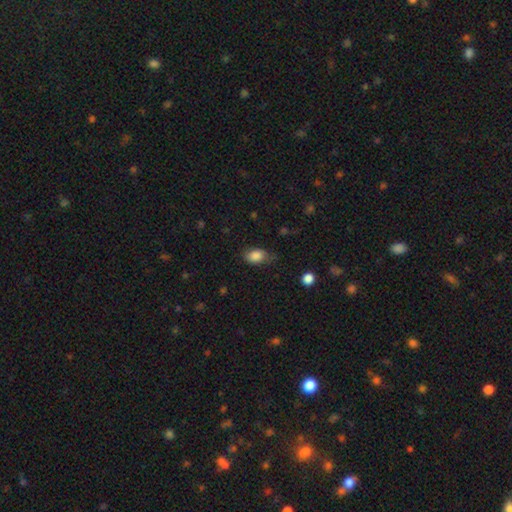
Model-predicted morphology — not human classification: type=smooth (86%); roundness=in between (84%); merging=none (61%).